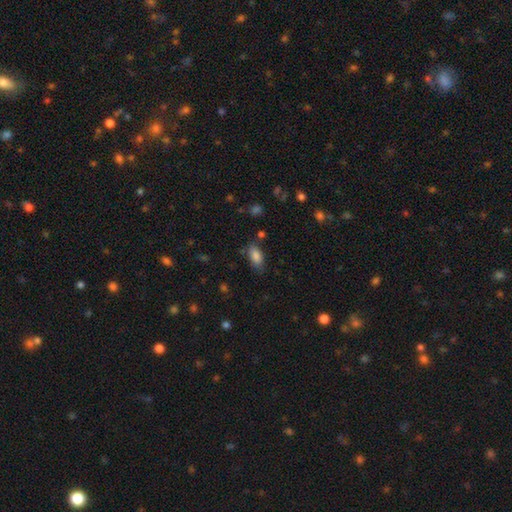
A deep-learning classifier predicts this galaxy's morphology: Q: Smooth or featured?
A: smooth (85%); runner-up: star or artifact (8%)
Q: How rounded?
A: in between (89%); runner-up: cigar-shaped (7%)
Q: Merging?
A: none (74%); runner-up: minor disturbance (18%)